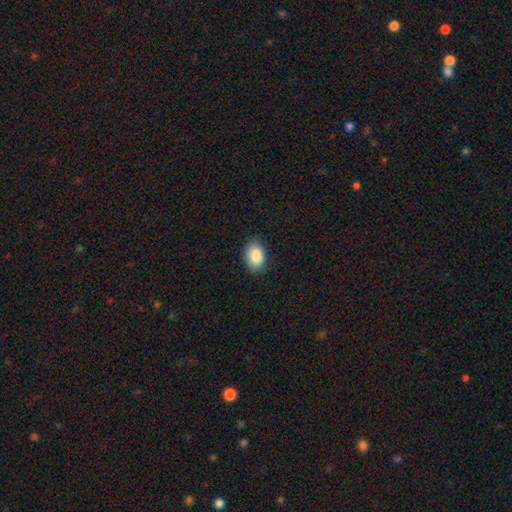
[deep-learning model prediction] Overall: smooth (89%). How rounded: in between (86%). Merging: none (84%).